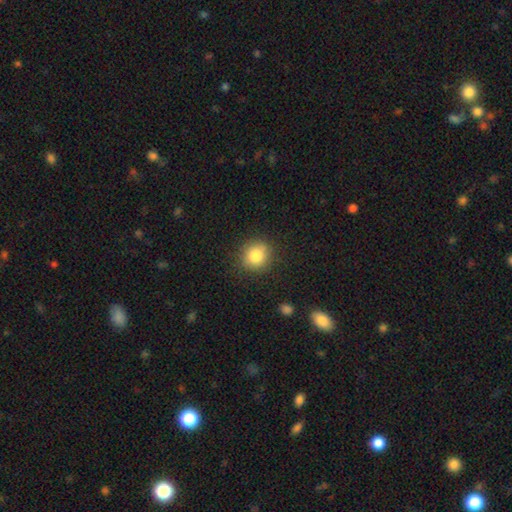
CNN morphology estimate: A smooth galaxy with no disk features (82%) that is round (85%). Merging: none (85%).